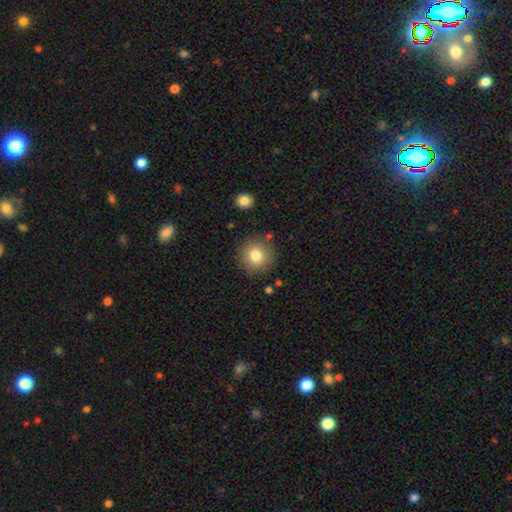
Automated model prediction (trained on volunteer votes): A smooth galaxy with no disk features (79%) that is round (90%). Merging: none (84%).